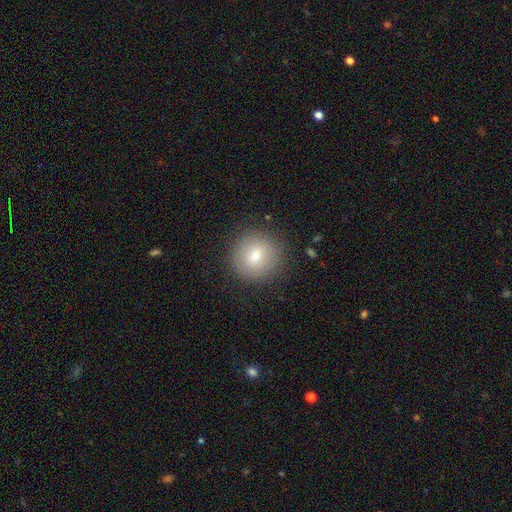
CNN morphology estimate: type=smooth (71%); roundness=round (94%); merging=none (88%).